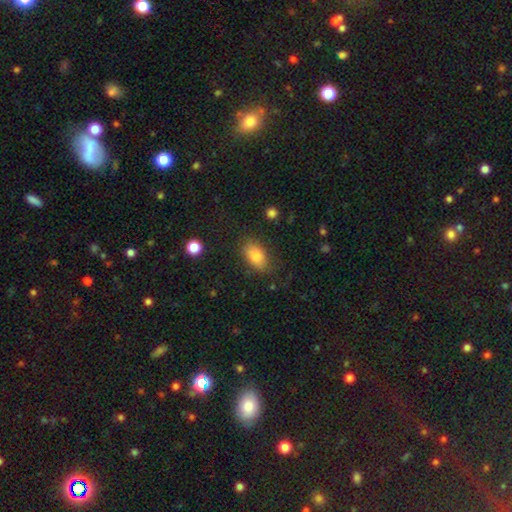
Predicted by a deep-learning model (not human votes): Smooth or featured: smooth — 84% (star or artifact — 8%)
How rounded: in between — 89% (round — 7%)
Merging: none — 77% (minor disturbance — 15%)